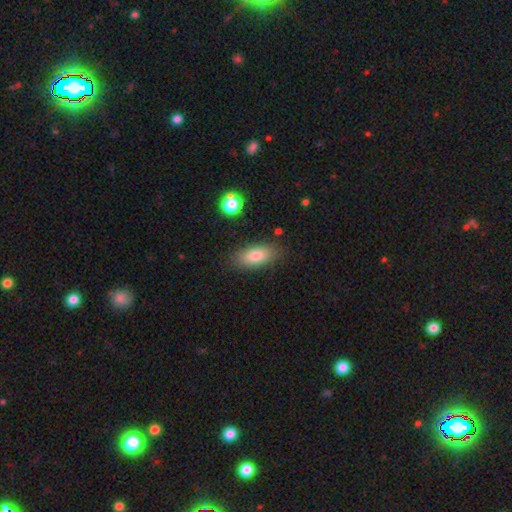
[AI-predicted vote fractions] Smooth or featured? smooth (80%)
How rounded? in between (84%)
Merging? none (84%)